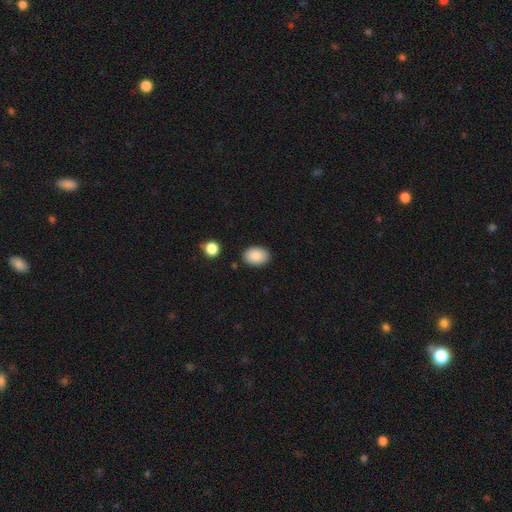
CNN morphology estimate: smooth 88%, star or artifact 7%, featured or disk 5%. Down the decision tree: how rounded — in between (84%); merging — none (87%).